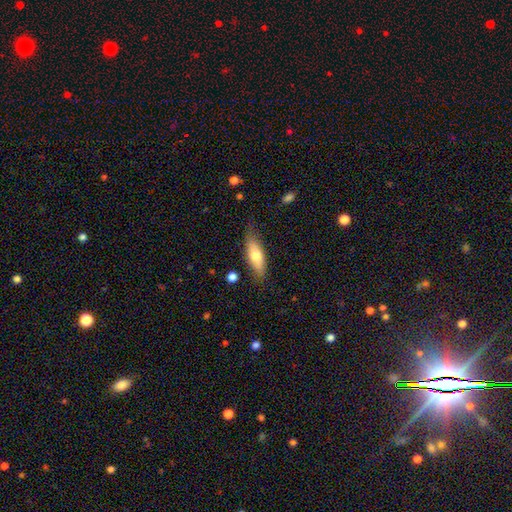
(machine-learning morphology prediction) Smooth or featured?
  - smooth: 69% *
  - featured or disk: 25%
  - star or artifact: 6%
How rounded?
  - in between: 59% *
  - cigar-shaped: 38%
  - round: 2%
Merging?
  - none: 74% *
  - minor disturbance: 20%
  - major disturbance: 4%
  - merger: 2%